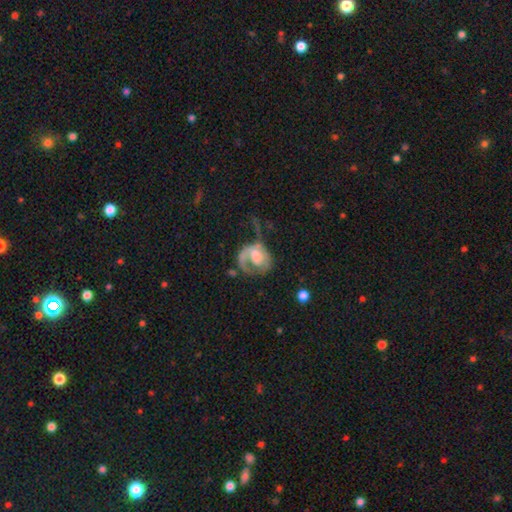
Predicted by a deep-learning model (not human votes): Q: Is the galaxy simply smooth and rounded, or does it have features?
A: featured or disk — 63%.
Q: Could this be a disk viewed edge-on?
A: no — 98%.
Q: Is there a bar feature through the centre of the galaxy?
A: no — 69%.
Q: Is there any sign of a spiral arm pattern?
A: yes — 73%.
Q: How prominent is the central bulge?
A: large — 30%.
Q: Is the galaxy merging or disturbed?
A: major disturbance — 47%.